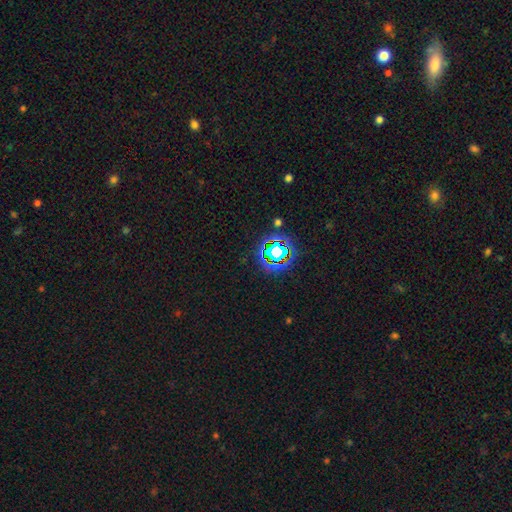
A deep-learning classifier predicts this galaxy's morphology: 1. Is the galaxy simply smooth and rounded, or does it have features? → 77% star or artifact, 14% smooth, 9% featured or disk.